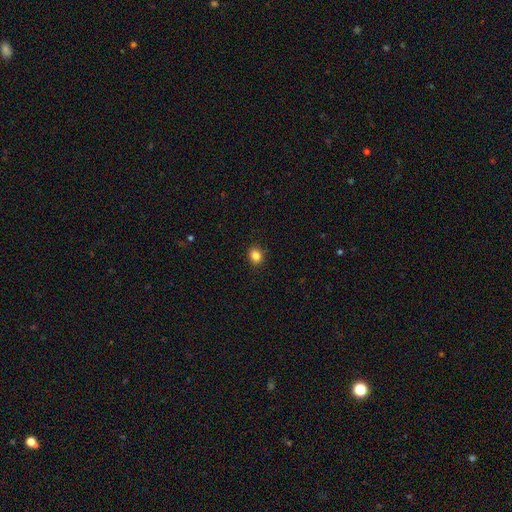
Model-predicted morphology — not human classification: Q: Smooth or featured?
A: smooth (85%); runner-up: star or artifact (11%)
Q: How rounded?
A: round (66%); runner-up: in between (33%)
Q: Merging?
A: none (91%); runner-up: minor disturbance (6%)